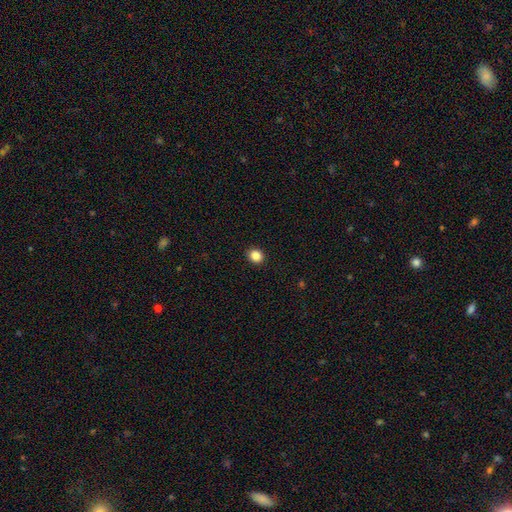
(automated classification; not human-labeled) Smooth or featured: smooth — 86% (star or artifact — 11%)
How rounded: round — 69% (in between — 31%)
Merging: none — 92% (minor disturbance — 6%)